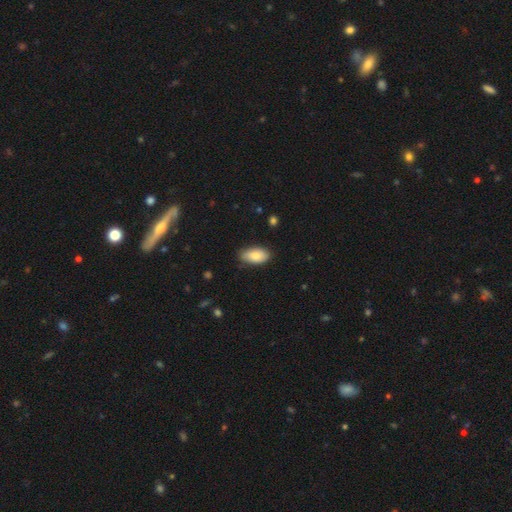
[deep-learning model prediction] Morphology: type=smooth (83%); roundness=in between (94%); merging=none (78%).